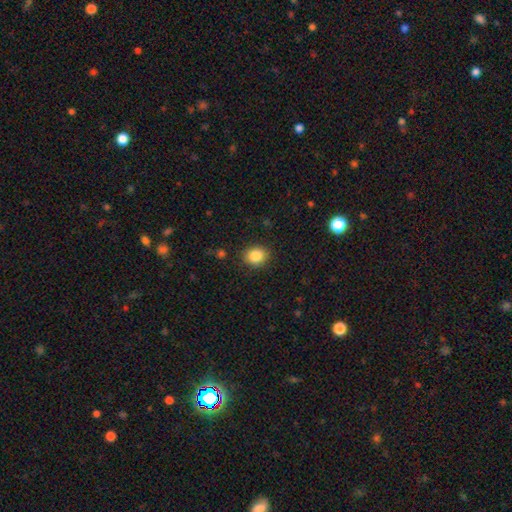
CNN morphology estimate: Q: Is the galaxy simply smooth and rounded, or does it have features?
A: smooth — 85%.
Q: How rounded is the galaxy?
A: round — 66%.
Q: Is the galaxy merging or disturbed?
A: none — 88%.